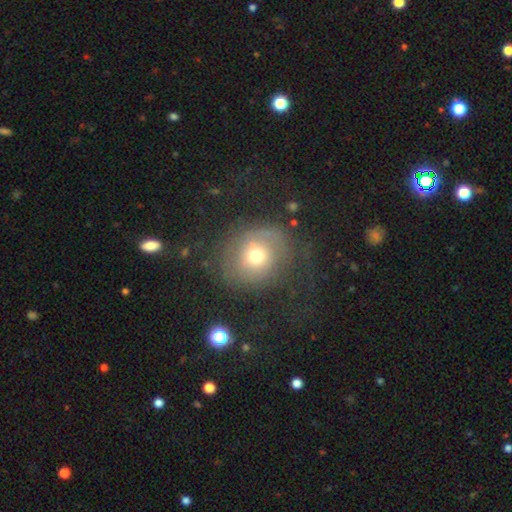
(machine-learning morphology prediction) A smooth galaxy with no disk features (55%) that is round (79%). Merging: none (59%).